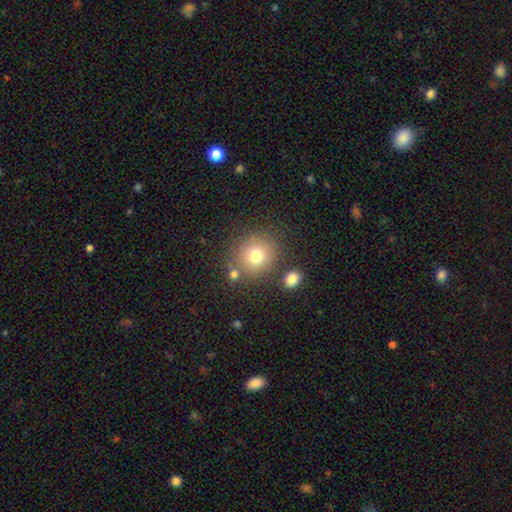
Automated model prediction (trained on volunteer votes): This appears to be a smooth galaxy with no disk features (75%) that is round (88%). Merging: none (78%).